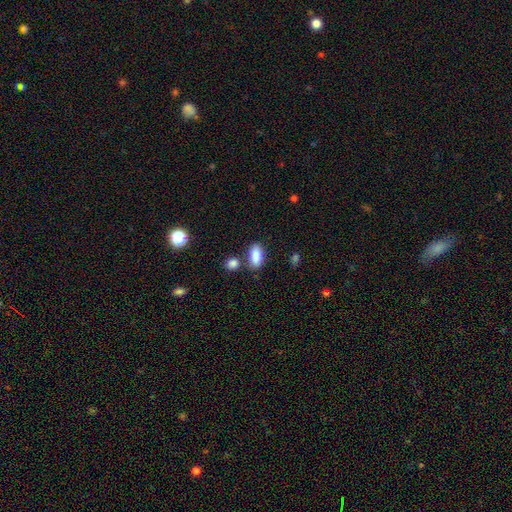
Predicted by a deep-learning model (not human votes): smooth-or-featured: smooth: 85% | star or artifact: 8% | featured or disk: 7%
  how-rounded: in between: 87% | cigar-shaped: 8% | round: 5%
  merging: none: 71% | minor disturbance: 13% | merger: 13% | major disturbance: 3%